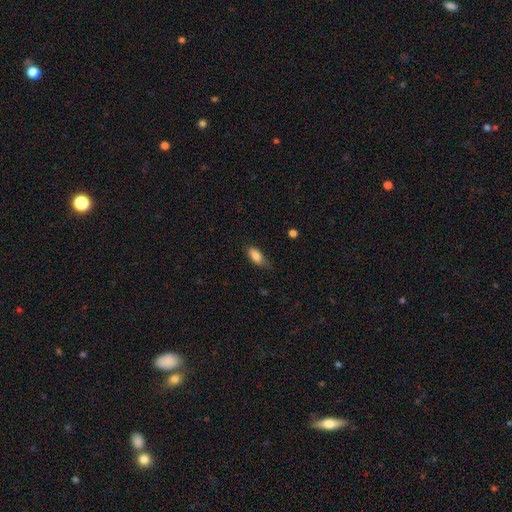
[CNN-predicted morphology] The model was most divided on "merging": none: 70%, minor disturbance: 24%, major disturbance: 5%, merger: 1%. More confident: how rounded — in between (87%); smooth or featured — smooth (85%).